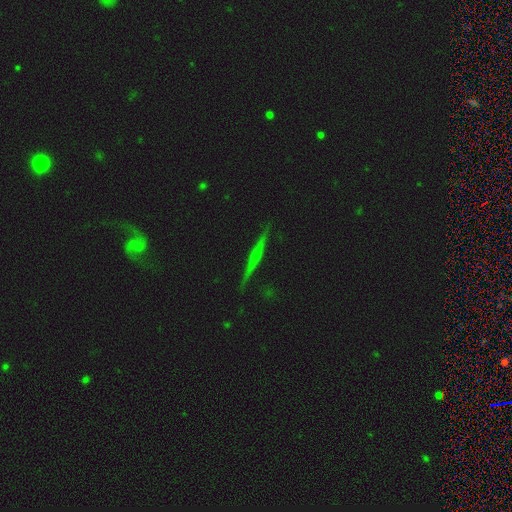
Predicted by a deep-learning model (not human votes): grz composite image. It shows a featured or disk galaxy (62%) viewed edge-on (97%) with a rounded central bulge (45%). Merging: none (90%).